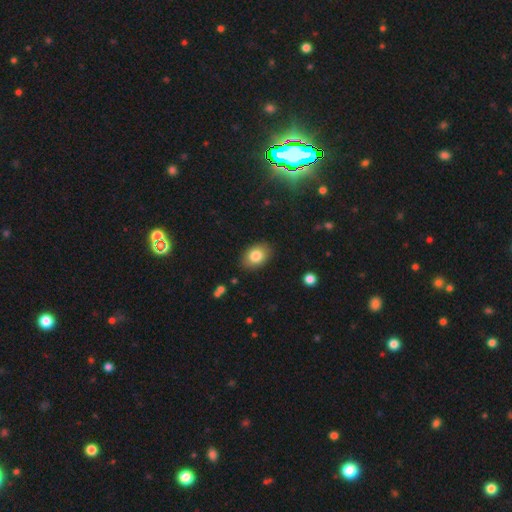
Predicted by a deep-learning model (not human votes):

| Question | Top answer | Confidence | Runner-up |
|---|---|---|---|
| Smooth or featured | smooth | 83% | featured or disk (9%) |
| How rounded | in between | 76% | round (23%) |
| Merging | none | 86% | minor disturbance (10%) |